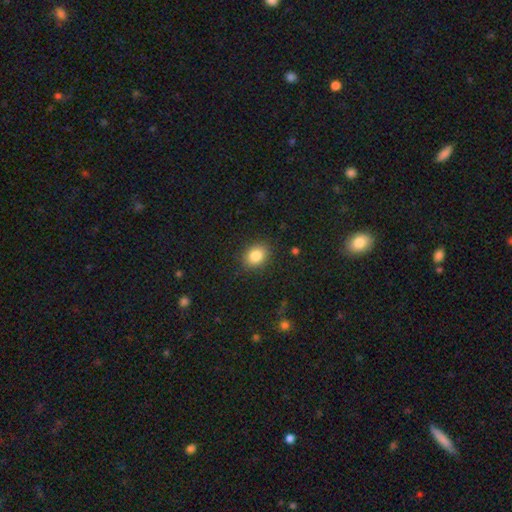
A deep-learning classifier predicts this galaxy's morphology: Overall: smooth (83%). How rounded: in between (54%; round 45%). Merging: none (87%).